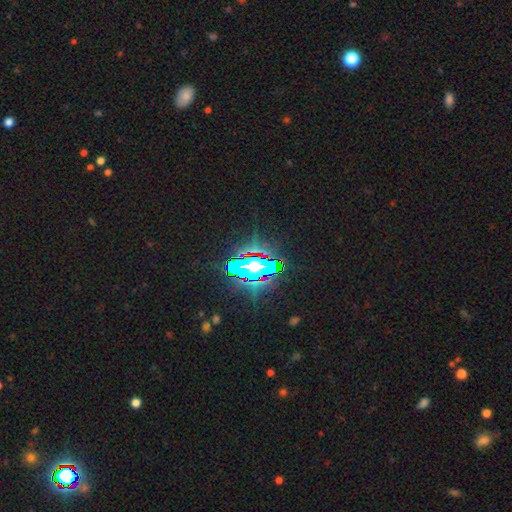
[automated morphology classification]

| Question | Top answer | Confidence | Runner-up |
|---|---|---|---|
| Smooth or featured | star or artifact | 82% | smooth (9%) |